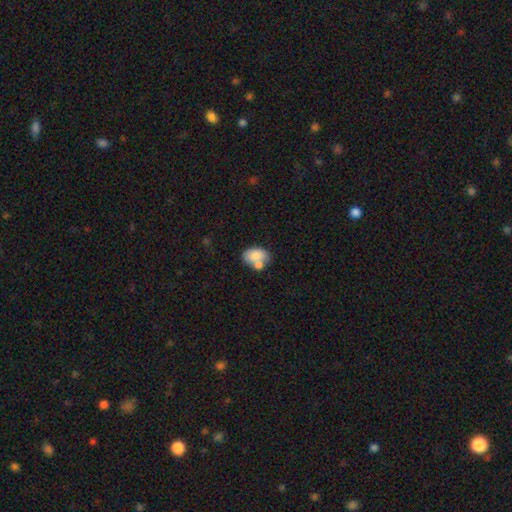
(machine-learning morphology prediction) type=smooth (76%); roundness=in between (82%); merging=none (40%).